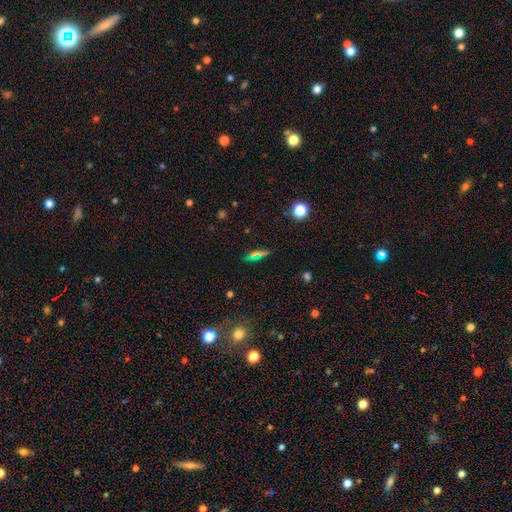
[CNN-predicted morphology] smooth 52%, star or artifact 32%, featured or disk 16%. Down the decision tree: how rounded — cigar-shaped (48%); merging — none (81%).